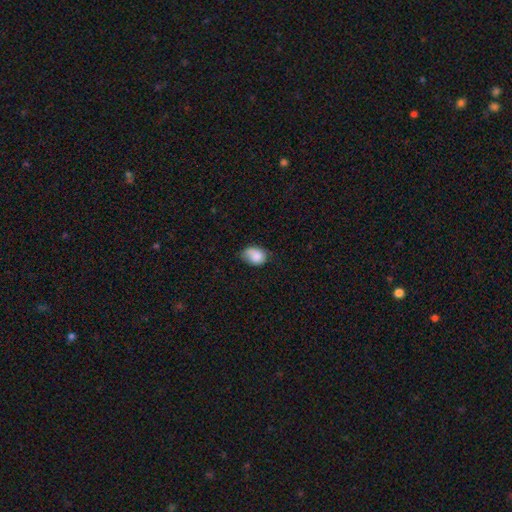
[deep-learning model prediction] Morphology: type=smooth (81%); roundness=in between (71%); merging=none (49%).